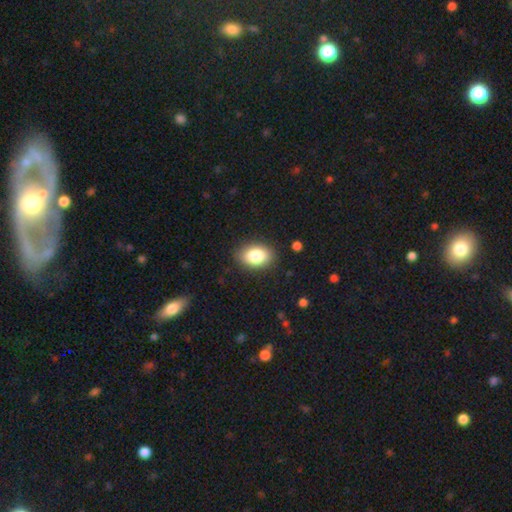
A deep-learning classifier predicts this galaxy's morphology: smooth_or_featured: smooth (p=0.83) [alt: featured or disk p=0.09]
how_rounded: in between (p=0.83) [alt: round p=0.16]
merging: none (p=0.87) [alt: minor disturbance p=0.10]